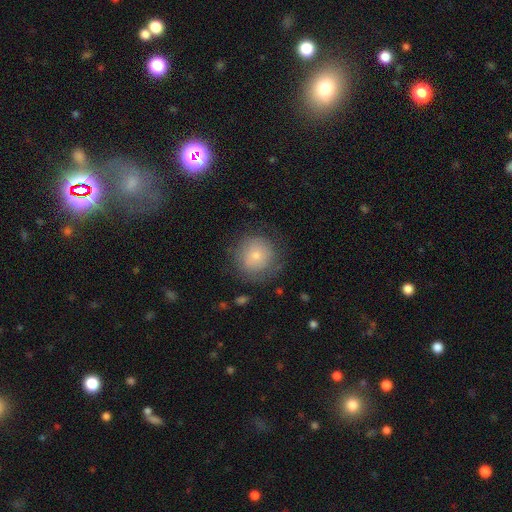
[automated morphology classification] A smooth galaxy with no disk features (73%) that is round (93%). Merging: none (74%).